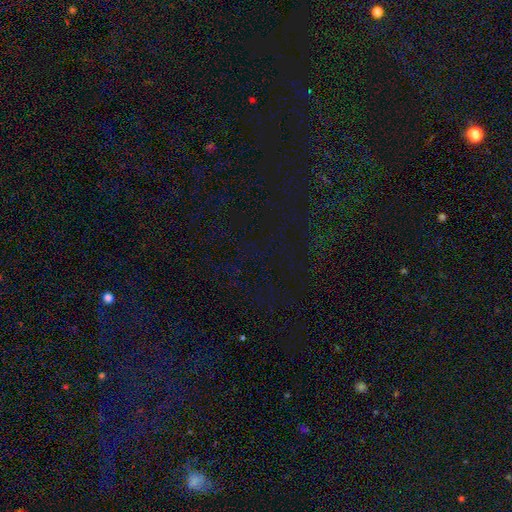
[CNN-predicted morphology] type=star or artifact (79%).